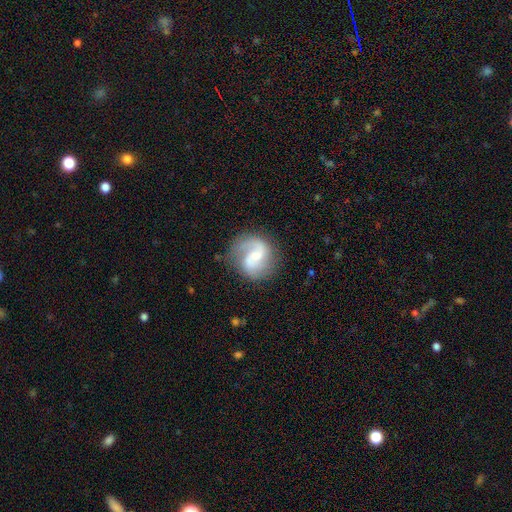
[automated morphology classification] A featured or disk galaxy (81%) with a weak bar (47%), 2 (85%) medium (47%) spiral arms (95%) and a small central bulge (52%).

Vote fractions:
- Smooth or featured? featured or disk: 81% / smooth: 13% / star or artifact: 6%
- Edge-on disk? no: 98% / yes: 2%
- Bar? weak: 47% / no: 40% / strong: 14%
- Spiral arms? yes: 95% / no: 5%
- Spiral winding? medium: 47% / loose: 39% / tight: 14%
- Spiral arm count? 2: 85% / 1: 7% / can't tell: 4% / 3: 2% / 4: 1% / more than 4: 1%
- Bulge size? small: 52% / moderate: 42% / large: 3% / none: 3% / dominant: 1%
- Merging? none: 75% / minor disturbance: 16% / major disturbance: 7% / merger: 2%